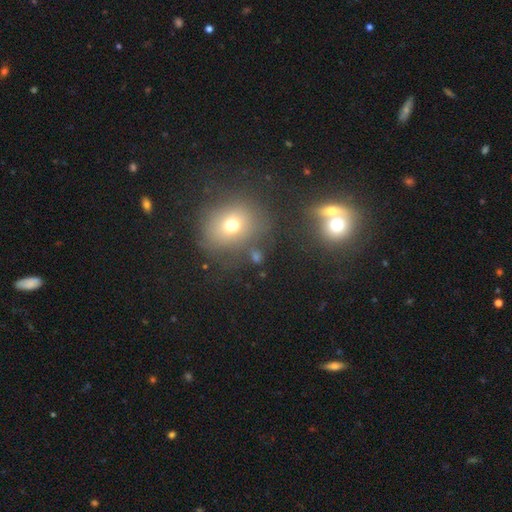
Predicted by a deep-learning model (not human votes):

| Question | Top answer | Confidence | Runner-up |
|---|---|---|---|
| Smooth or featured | smooth | 62% | star or artifact (23%) |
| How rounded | round | 68% | in between (31%) |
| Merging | none | 66% | minor disturbance (13%) |